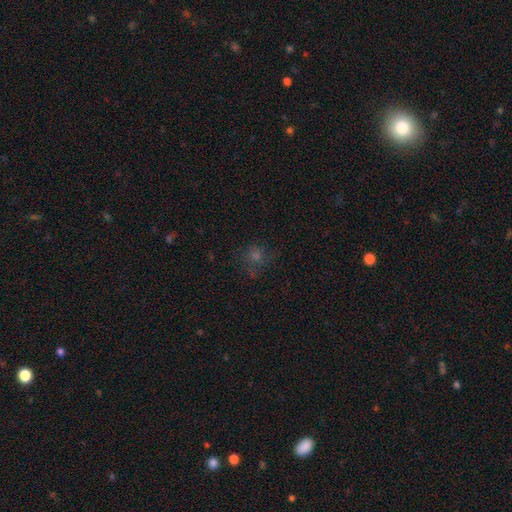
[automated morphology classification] A smooth galaxy with no disk features (48%).

Vote fractions:
- Smooth or featured? smooth: 48% / star or artifact: 34% / featured or disk: 18%
- Merging? none: 70% / minor disturbance: 17% / major disturbance: 11% / merger: 2%